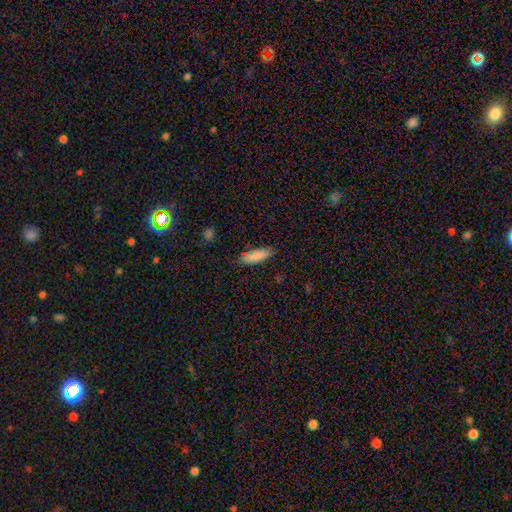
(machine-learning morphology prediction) Smooth or featured: smooth — 82% (star or artifact — 11%)
How rounded: in between — 65% (cigar-shaped — 32%)
Merging: none — 81% (minor disturbance — 15%)